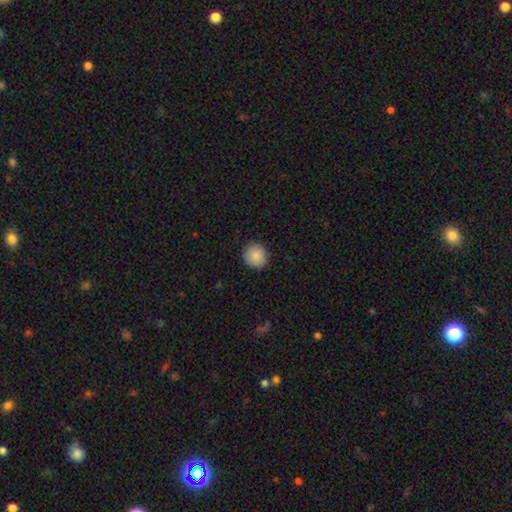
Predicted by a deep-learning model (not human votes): Overall: smooth (87%). How rounded: round (91%). Merging: none (91%).